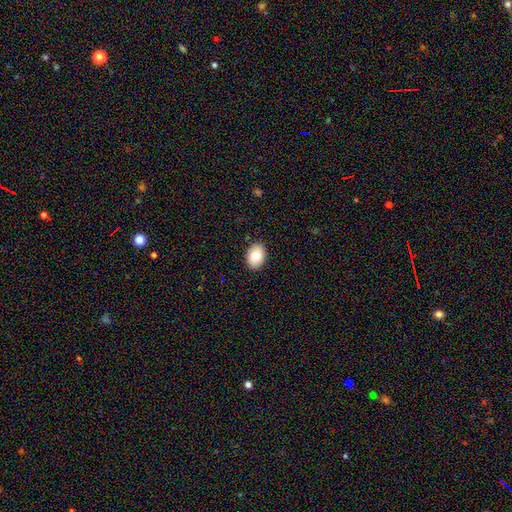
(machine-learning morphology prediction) smooth 80%, featured or disk 12%, star or artifact 8%. Down the decision tree: how rounded — in between (74%); merging — none (90%).